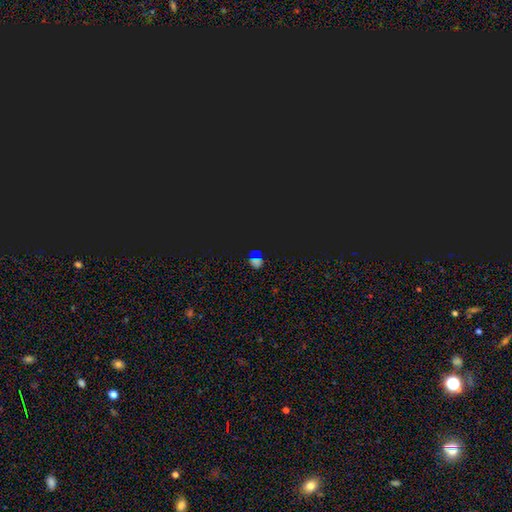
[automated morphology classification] This is likely a star or artifact rather than a galaxy (66%).